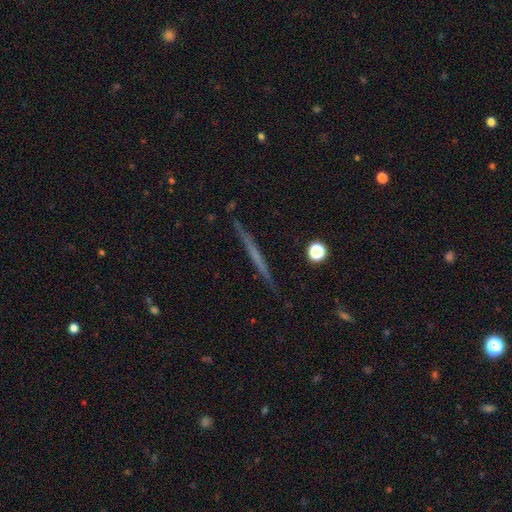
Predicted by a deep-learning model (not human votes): Smooth or featured: featured or disk — 56% (smooth — 36%)
Edge-on disk: yes — 97% (no — 3%)
Edge-on bulge: none — 88% (rounded — 8%)
Merging: none — 91% (minor disturbance — 7%)